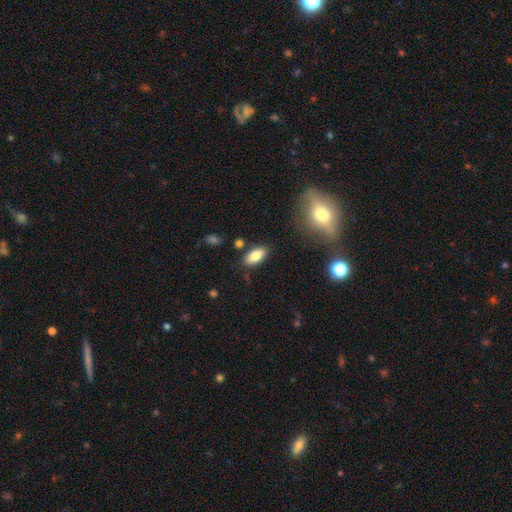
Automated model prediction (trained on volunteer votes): Smooth or featured? smooth (82%)
How rounded? in between (89%)
Merging? none (82%)